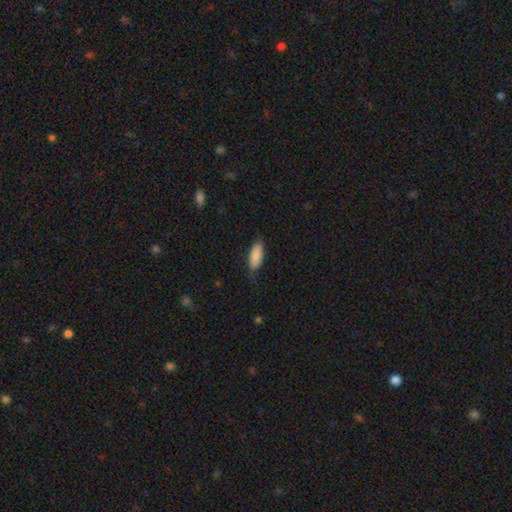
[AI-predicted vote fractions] smooth-or-featured: smooth: 87% | featured or disk: 7% | star or artifact: 6%
  how-rounded: in between: 75% | cigar-shaped: 23% | round: 2%
  merging: none: 66% | minor disturbance: 26% | major disturbance: 7% | merger: 1%